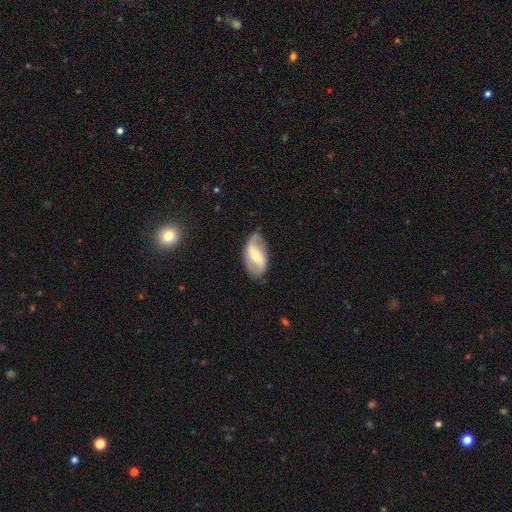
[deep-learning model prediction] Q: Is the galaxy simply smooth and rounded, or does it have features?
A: featured or disk — 74%.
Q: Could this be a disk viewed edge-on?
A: no — 95%.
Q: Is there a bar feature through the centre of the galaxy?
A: strong — 41%.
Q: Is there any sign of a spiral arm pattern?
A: yes — 87%.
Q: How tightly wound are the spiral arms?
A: loose — 59%.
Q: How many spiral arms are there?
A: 2 — 89%.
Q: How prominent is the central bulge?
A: moderate — 52%.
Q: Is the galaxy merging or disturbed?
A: none — 79%.